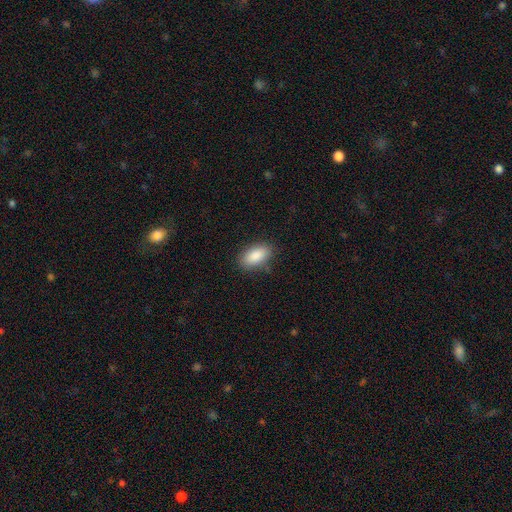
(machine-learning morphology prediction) Smooth or featured: smooth — 89% (star or artifact — 7%)
How rounded: in between — 93% (cigar-shaped — 4%)
Merging: none — 85% (minor disturbance — 11%)